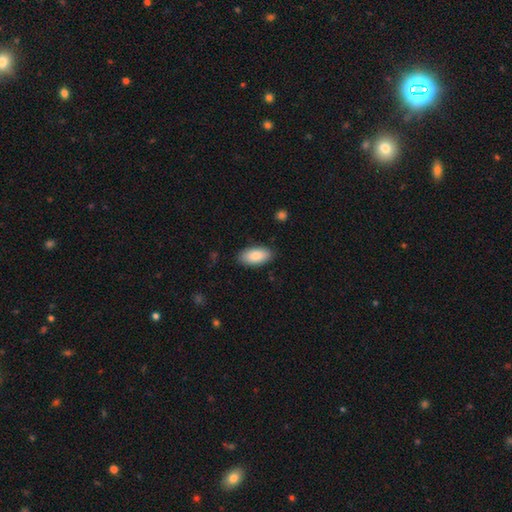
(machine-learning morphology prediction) This is clearly a smooth galaxy (86%). How rounded: clearly in between (93%). Merging: clearly none (86%).